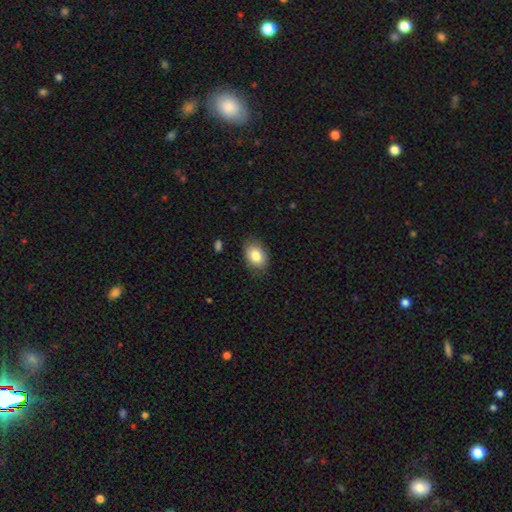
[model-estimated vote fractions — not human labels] Overall: smooth (82%). How rounded: in between (79%). Merging: none (81%).